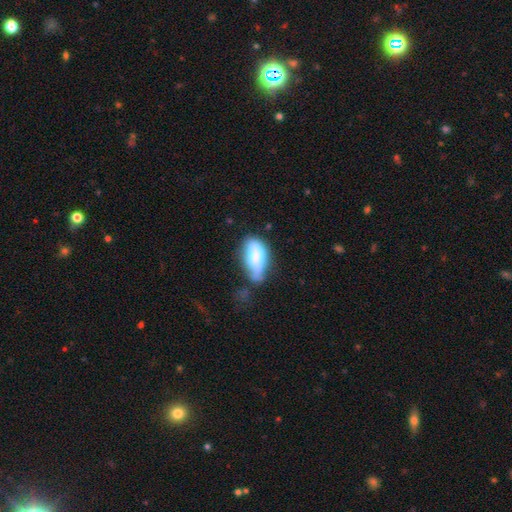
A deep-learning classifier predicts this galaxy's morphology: Q: Smooth or featured?
A: smooth (67%); runner-up: featured or disk (25%)
Q: How rounded?
A: in between (81%); runner-up: cigar-shaped (15%)
Q: Merging?
A: minor disturbance (30%); runner-up: none (28%)